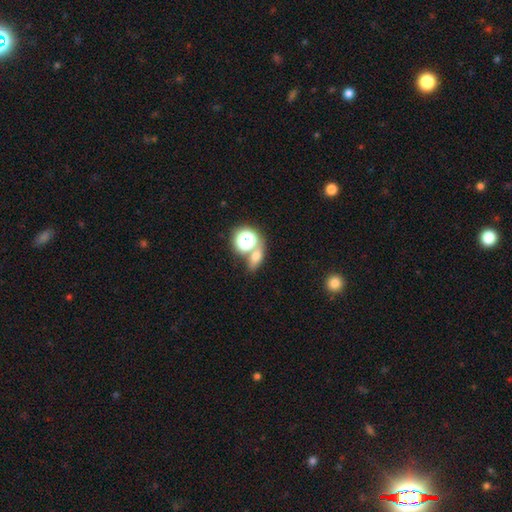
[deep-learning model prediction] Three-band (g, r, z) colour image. It shows a smooth galaxy with no disk features (61%) that is in between round and cigar-shaped (52%). Merging: none (58%).